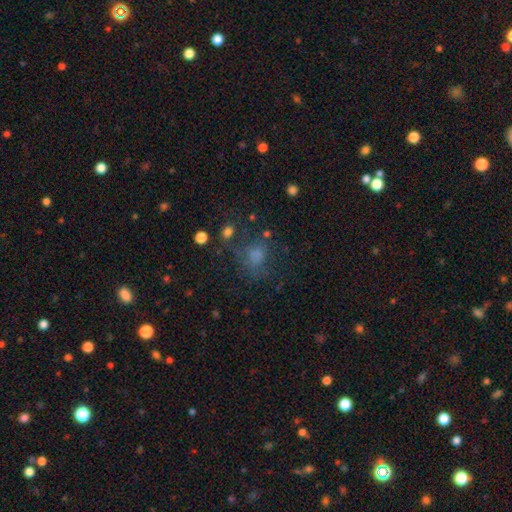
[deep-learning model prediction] smooth_or_featured: smooth (p=0.63) [alt: star or artifact p=0.19]
how_rounded: round (p=0.57) [alt: in between p=0.41]
merging: none (p=0.50) [alt: major disturbance p=0.24]